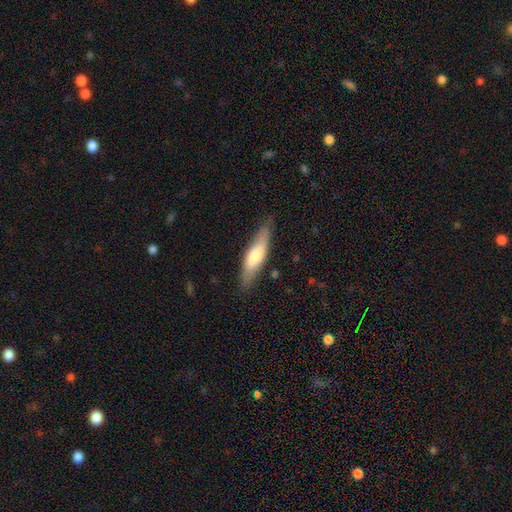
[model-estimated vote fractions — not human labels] smooth-or-featured: smooth: 59% | featured or disk: 36% | star or artifact: 5%
  how-rounded: cigar-shaped: 68% | in between: 30% | round: 2%
  merging: none: 82% | minor disturbance: 14% | major disturbance: 3% | merger: 1%